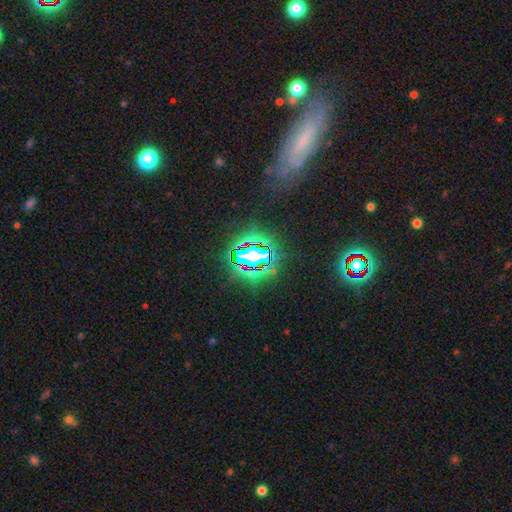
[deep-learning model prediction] This appears to be a star or artifact, not a galaxy (71%).